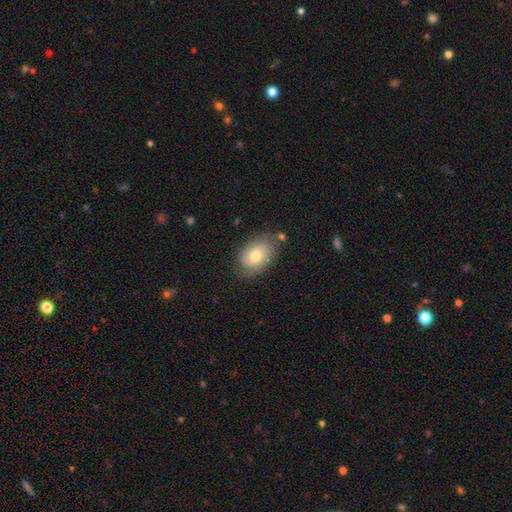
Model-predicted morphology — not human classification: Smooth or featured? smooth (54%)
How rounded? in between (83%)
Merging? none (66%)